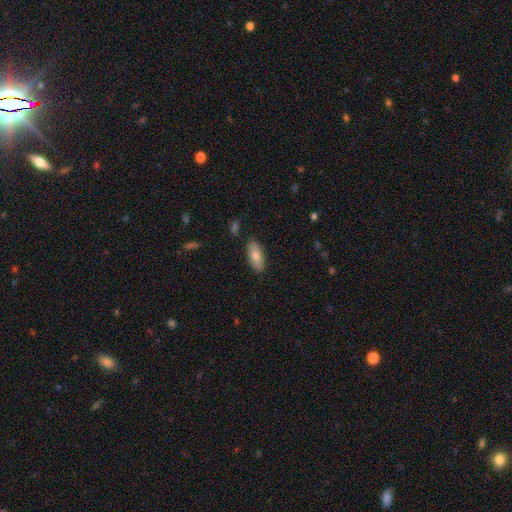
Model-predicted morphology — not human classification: This is likely a smooth galaxy (74%). How rounded: clearly in between (85%). Merging: clearly none (87%).